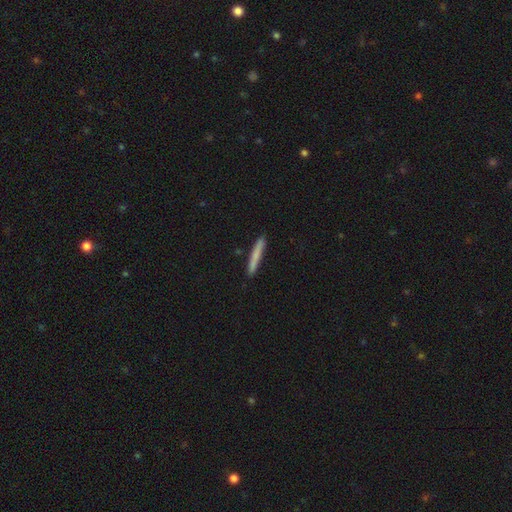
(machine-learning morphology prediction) This is likely a smooth galaxy (74%). How rounded: clearly cigar-shaped (96%). Merging: clearly none (89%).